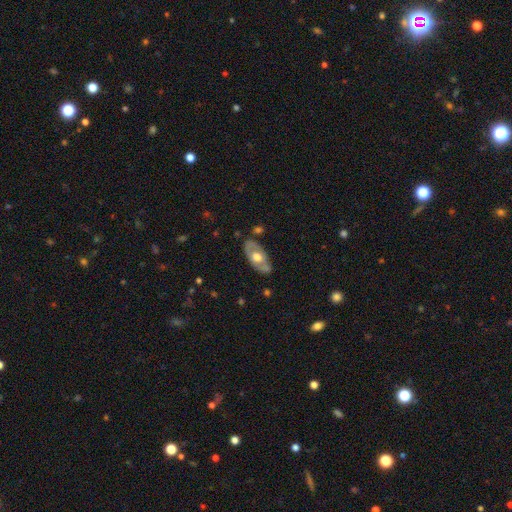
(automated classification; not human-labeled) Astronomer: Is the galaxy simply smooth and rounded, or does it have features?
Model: featured or disk — 56% (runner-up: smooth, 39%).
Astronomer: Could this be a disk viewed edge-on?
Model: no — 82%.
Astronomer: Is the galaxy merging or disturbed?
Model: none — 78%.